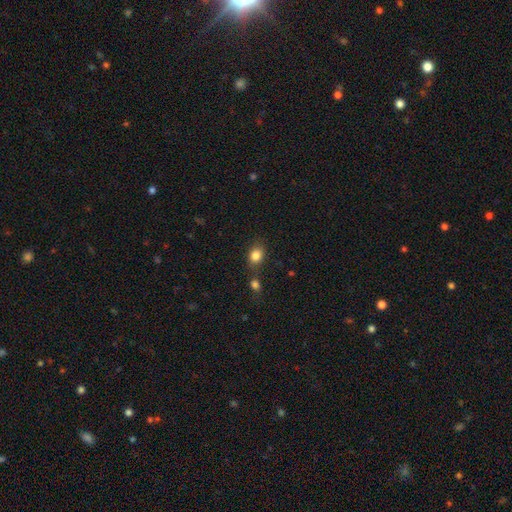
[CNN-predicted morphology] This appears to be a smooth galaxy with no disk features (84%) that is round (52%). Merging: none (67%).